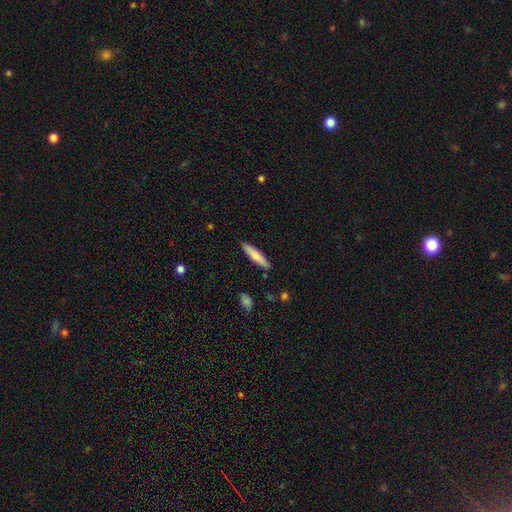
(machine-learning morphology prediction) This is likely a smooth galaxy (72%). How rounded: clearly cigar-shaped (83%). Merging: clearly none (89%).